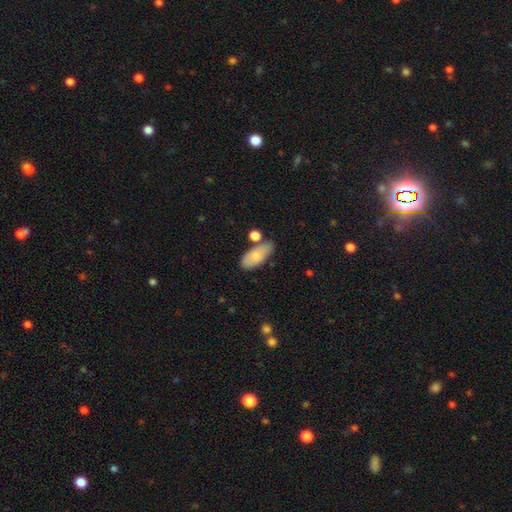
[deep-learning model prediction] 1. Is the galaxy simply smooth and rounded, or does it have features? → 77% smooth, 17% featured or disk, 6% star or artifact.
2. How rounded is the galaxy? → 89% in between, 8% cigar-shaped, 3% round.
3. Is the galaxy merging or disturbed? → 68% none, 17% minor disturbance, 11% merger, 4% major disturbance.